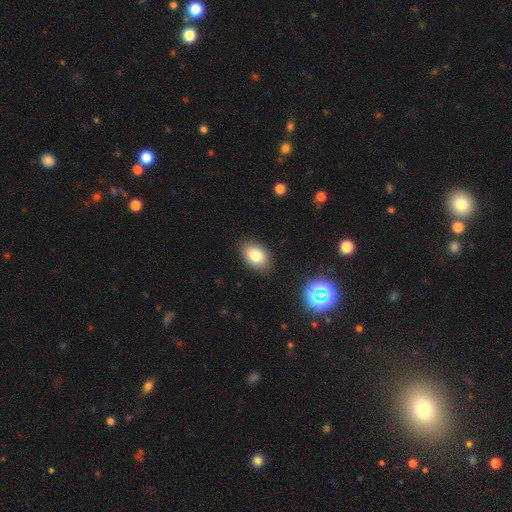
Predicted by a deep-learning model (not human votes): This appears to be a smooth galaxy with no disk features (80%) that is in between round and cigar-shaped (87%). Merging: none (86%).